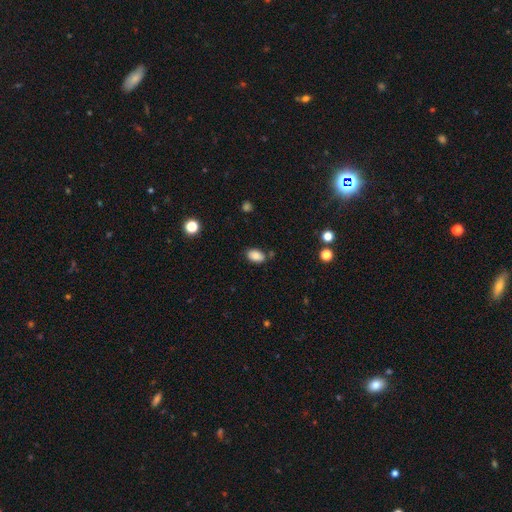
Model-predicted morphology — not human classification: smooth 85%, star or artifact 9%, featured or disk 6%. Down the decision tree: how rounded — in between (89%); merging — none (75%).